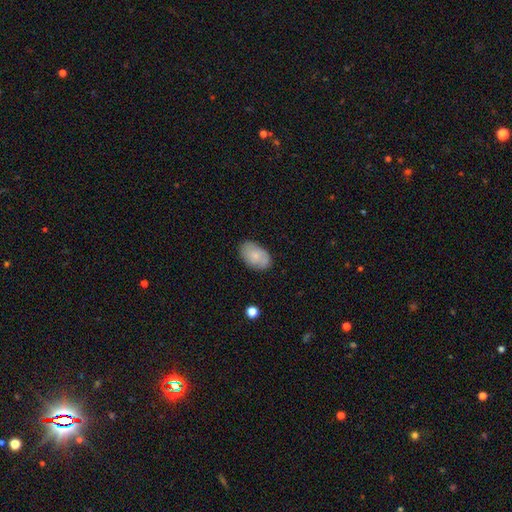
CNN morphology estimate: This appears to be a smooth galaxy with no disk features (74%) that is in between round and cigar-shaped (89%). Merging: none (81%).